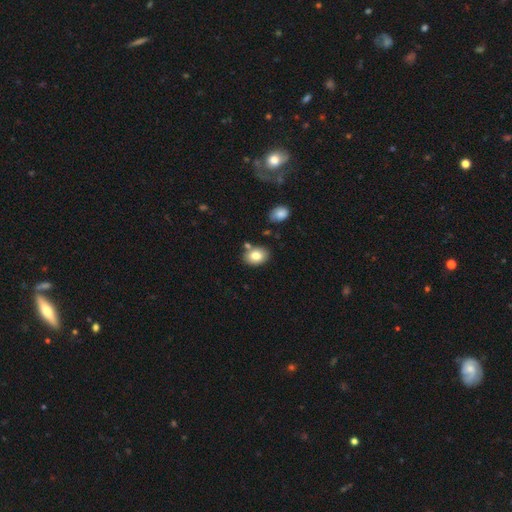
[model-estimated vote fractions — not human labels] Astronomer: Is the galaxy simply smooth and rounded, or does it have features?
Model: smooth — 81%.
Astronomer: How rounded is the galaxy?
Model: in between — 69%.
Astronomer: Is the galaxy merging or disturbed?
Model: none — 77%.